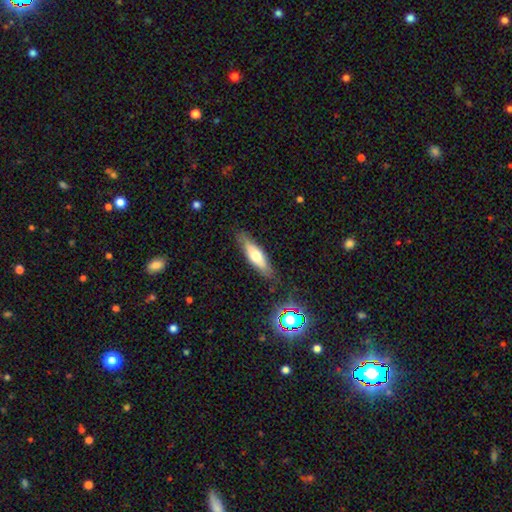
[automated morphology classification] The model was most divided on "smooth or featured": smooth: 55%, featured or disk: 37%, star or artifact: 8%. More confident: merging — none (82%); how rounded — cigar-shaped (59%).